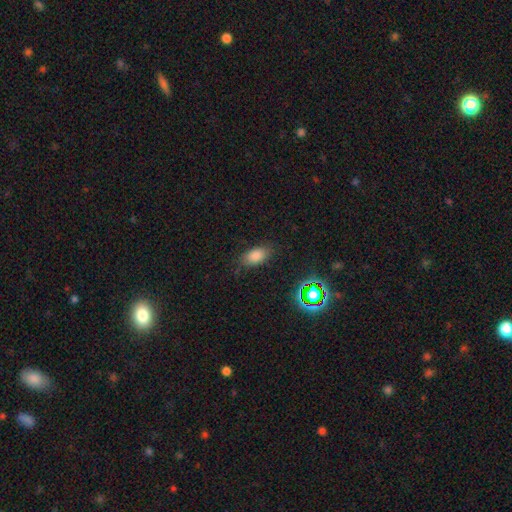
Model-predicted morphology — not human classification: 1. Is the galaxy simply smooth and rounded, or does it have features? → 80% smooth, 13% star or artifact, 7% featured or disk.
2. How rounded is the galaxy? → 89% in between, 6% round, 5% cigar-shaped.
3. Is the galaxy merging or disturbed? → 80% none, 14% minor disturbance, 4% major disturbance, 1% merger.